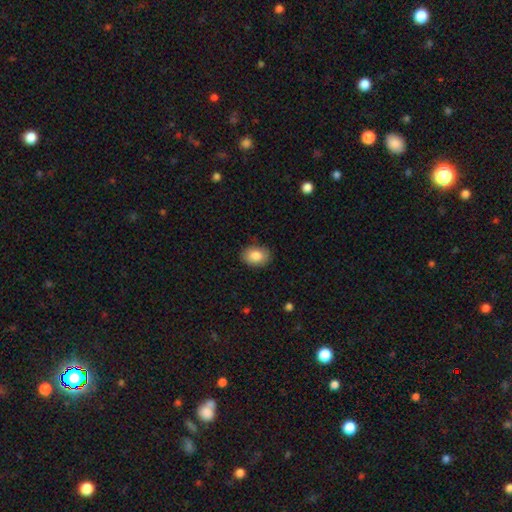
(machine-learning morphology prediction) A smooth galaxy with no disk features (86%) that is in between round and cigar-shaped (79%).

Vote fractions:
- Smooth or featured? smooth: 86% / star or artifact: 7% / featured or disk: 7%
- How rounded? in between: 79% / round: 20% / cigar-shaped: 1%
- Merging? none: 87% / minor disturbance: 10% / major disturbance: 2% / merger: 1%